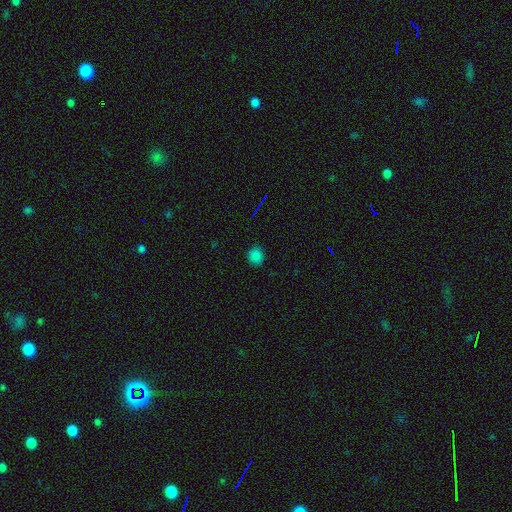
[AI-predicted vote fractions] Smooth or featured: smooth — 81% (star or artifact — 16%)
How rounded: round — 83% (in between — 16%)
Merging: none — 88% (minor disturbance — 9%)